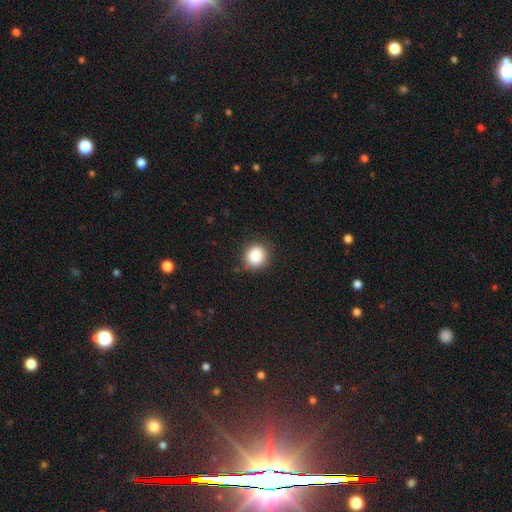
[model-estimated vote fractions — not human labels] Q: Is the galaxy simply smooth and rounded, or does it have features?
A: smooth — 86%.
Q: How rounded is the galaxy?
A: round — 89%.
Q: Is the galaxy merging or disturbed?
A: none — 86%.